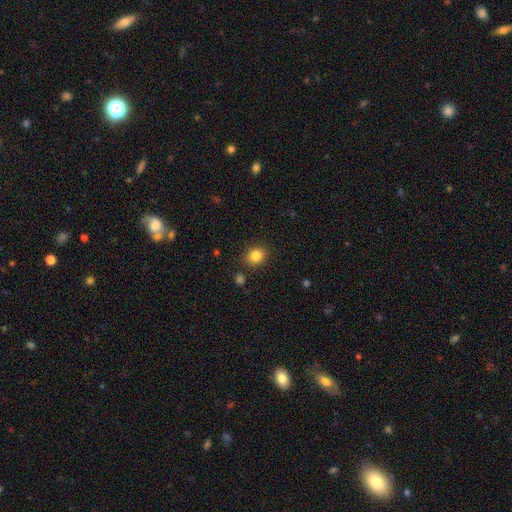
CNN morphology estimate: The model was most divided on "how rounded": round: 71%, in between: 29%, cigar-shaped: 1%. More confident: merging — none (86%); smooth or featured — smooth (84%).